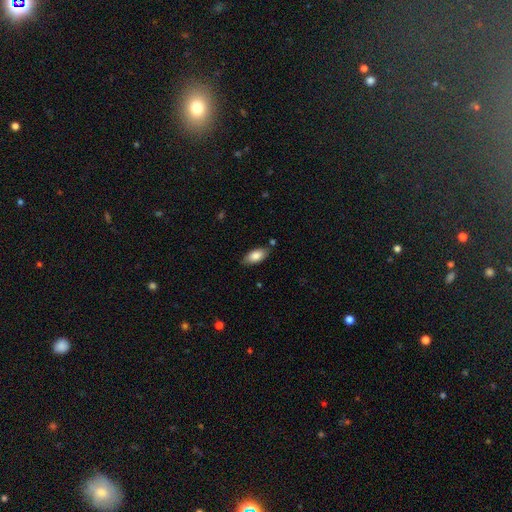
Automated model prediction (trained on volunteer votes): Smooth or featured? smooth (84%)
How rounded? in between (91%)
Merging? none (81%)